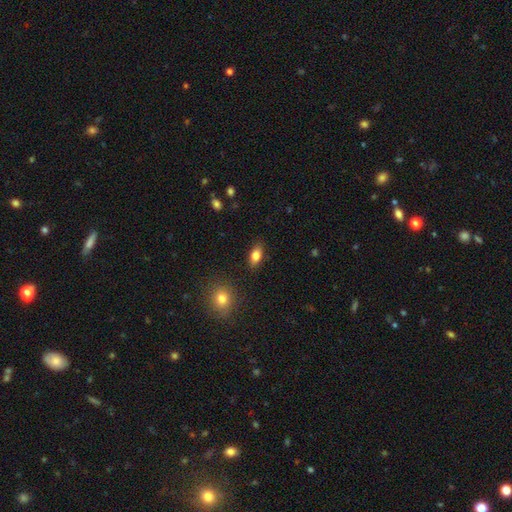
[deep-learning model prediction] Smooth or featured? Predicted: smooth (p=0.82). How rounded? Predicted: in between (p=0.87). Merging? Predicted: none (p=0.87).